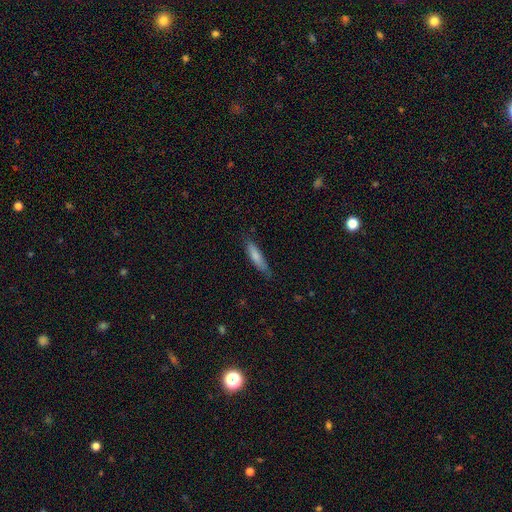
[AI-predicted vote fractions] Overall: smooth (77%). How rounded: cigar-shaped (78%). Merging: none (74%).